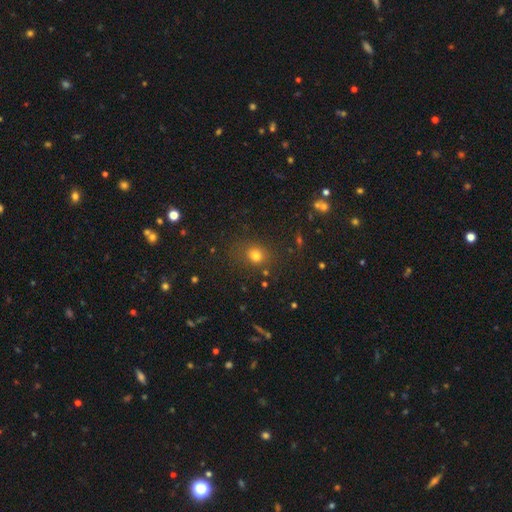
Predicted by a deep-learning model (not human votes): Q: Smooth or featured?
A: smooth (73%); runner-up: star or artifact (19%)
Q: How rounded?
A: round (73%); runner-up: in between (25%)
Q: Merging?
A: none (79%); runner-up: minor disturbance (12%)